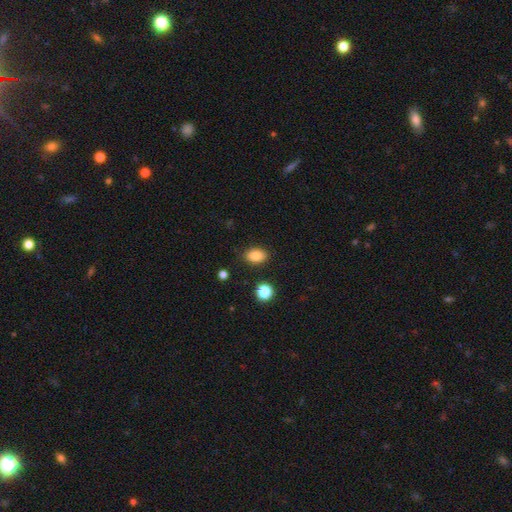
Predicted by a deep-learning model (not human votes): Morphology: type=smooth (84%); roundness=in between (84%); merging=none (86%).